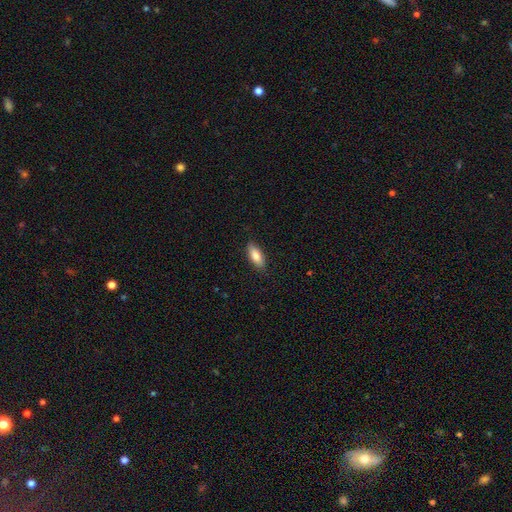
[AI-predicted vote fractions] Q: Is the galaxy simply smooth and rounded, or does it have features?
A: smooth — 83%.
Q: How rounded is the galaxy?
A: in between — 77%.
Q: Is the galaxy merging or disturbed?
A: none — 86%.